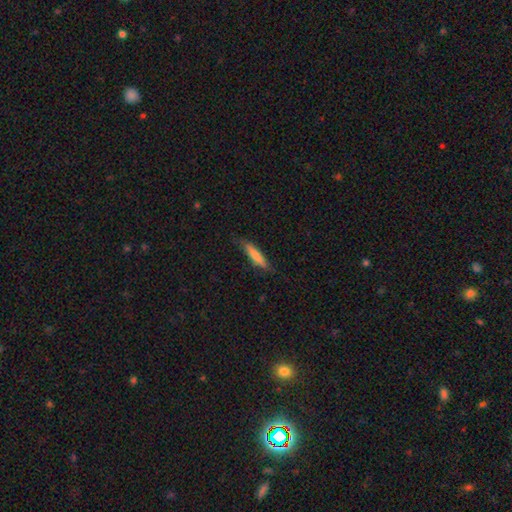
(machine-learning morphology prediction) smooth-or-featured: smooth: 73% | featured or disk: 22% | star or artifact: 6%
  how-rounded: cigar-shaped: 83% | in between: 16% | round: 1%
  merging: none: 77% | minor disturbance: 19% | major disturbance: 3% | merger: 1%